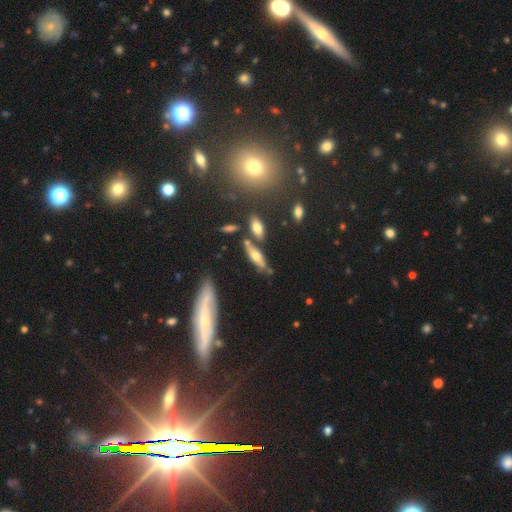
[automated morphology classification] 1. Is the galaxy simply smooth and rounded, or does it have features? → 48% smooth, 43% featured or disk, 10% star or artifact.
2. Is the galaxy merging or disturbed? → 64% none, 16% merger, 16% minor disturbance, 5% major disturbance.